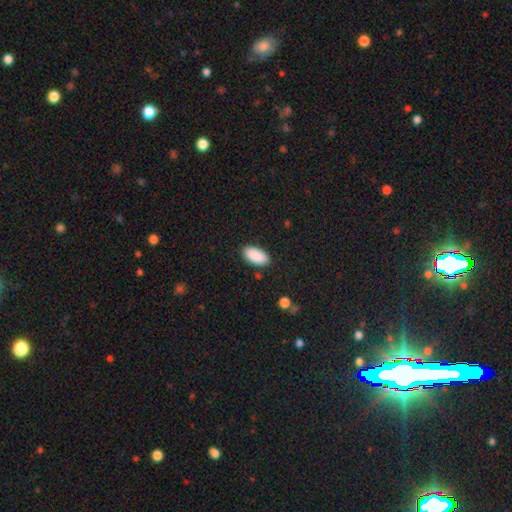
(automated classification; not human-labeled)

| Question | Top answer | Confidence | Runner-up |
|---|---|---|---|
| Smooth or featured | smooth | 91% | star or artifact (6%) |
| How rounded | in between | 95% | cigar-shaped (3%) |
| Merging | none | 88% | minor disturbance (9%) |